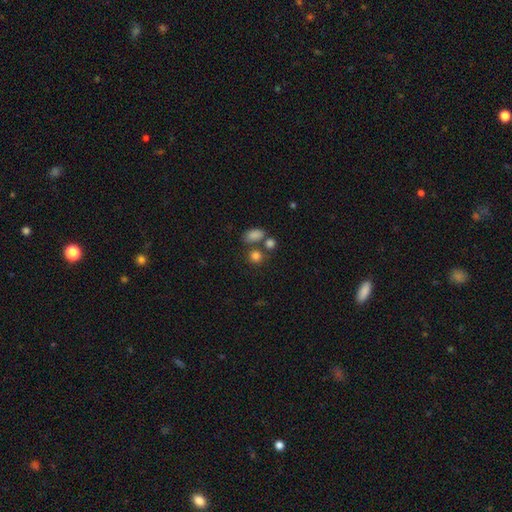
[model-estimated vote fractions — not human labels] Smooth or featured: smooth — 80% (star or artifact — 13%)
How rounded: round — 74% (in between — 25%)
Merging: none — 60% (merger — 24%)